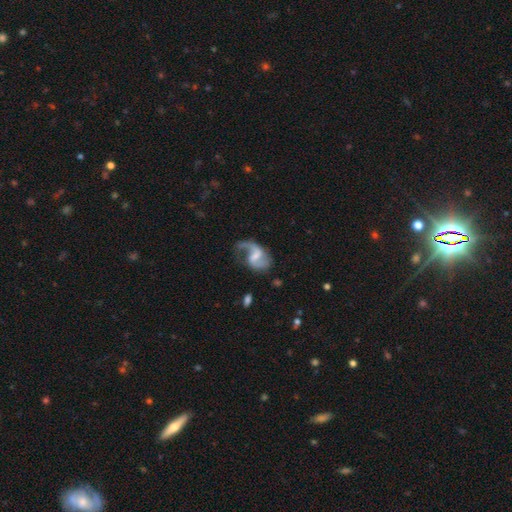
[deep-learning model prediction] Overall: featured or disk (83%). Edge-on disk: no (98%). Bar: weak (55%; strong 25%). Spiral arms: yes (94%). Spiral arm count: 2 (67%; 1 27%). Spiral winding: loose (61%; medium 32%). Bulge size: small (39%; none 28%). Merging: none (45%; major disturbance 29%).